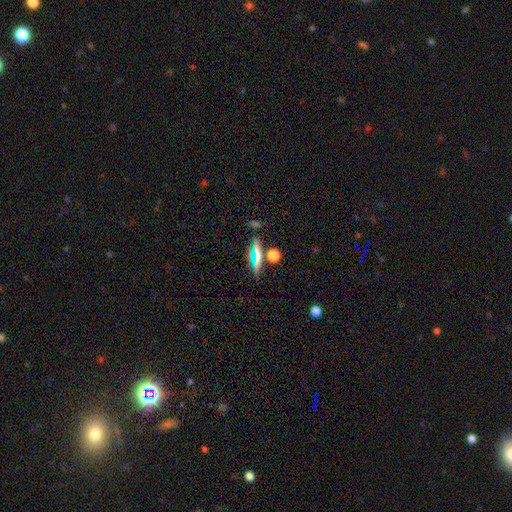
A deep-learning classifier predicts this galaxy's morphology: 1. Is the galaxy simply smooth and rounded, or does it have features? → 50% smooth, 34% featured or disk, 16% star or artifact.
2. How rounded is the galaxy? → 63% cigar-shaped, 28% in between, 10% round.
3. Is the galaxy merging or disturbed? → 78% none, 11% minor disturbance, 7% merger, 4% major disturbance.